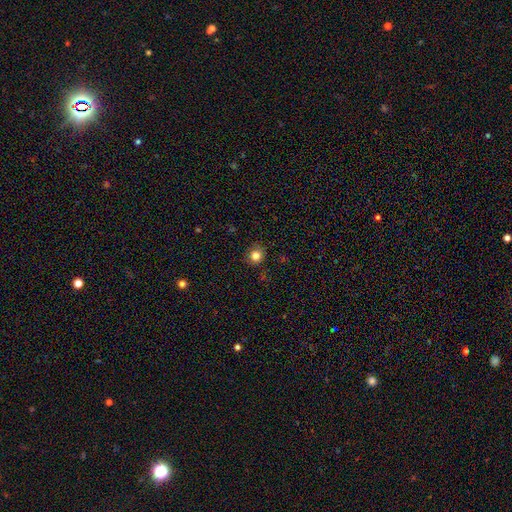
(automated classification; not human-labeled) This appears to be a smooth galaxy with no disk features (82%) that is round (88%). Merging: none (89%).